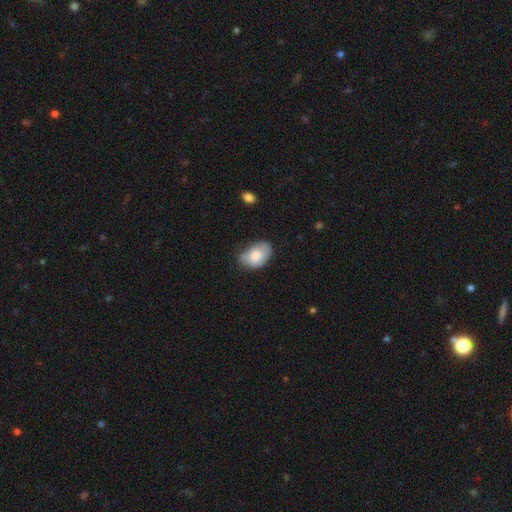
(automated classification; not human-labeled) smooth 76%, featured or disk 18%, star or artifact 7%. Down the decision tree: how rounded — in between (86%); merging — none (51%).